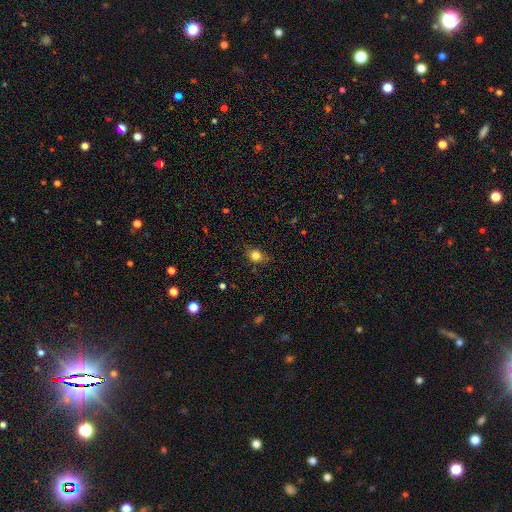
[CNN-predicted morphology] Smooth or featured: smooth — 79% (star or artifact — 13%)
How rounded: round — 64% (in between — 34%)
Merging: none — 78% (minor disturbance — 17%)